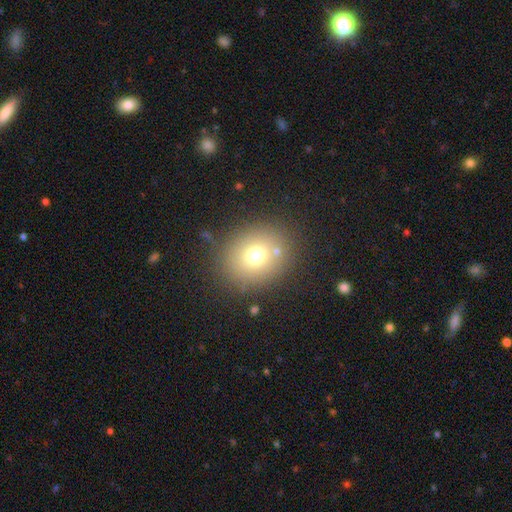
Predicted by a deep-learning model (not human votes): Overall: smooth (71%). How rounded: round (68%; in between 31%). Merging: none (81%).